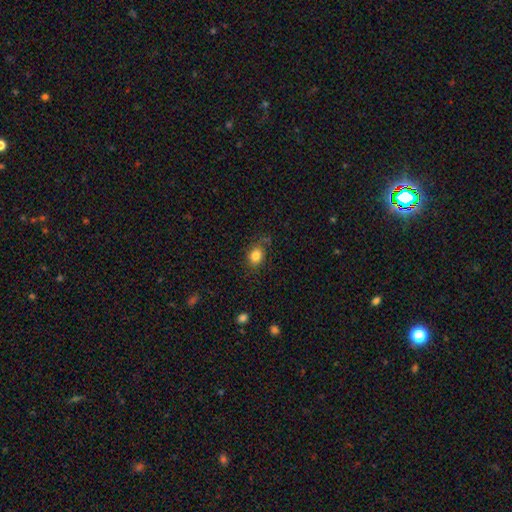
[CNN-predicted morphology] Smooth or featured?
  - smooth: 82% *
  - star or artifact: 10%
  - featured or disk: 8%
How rounded?
  - in between: 59% *
  - round: 40%
  - cigar-shaped: 1%
Merging?
  - none: 70% *
  - minor disturbance: 20%
  - major disturbance: 7%
  - merger: 2%